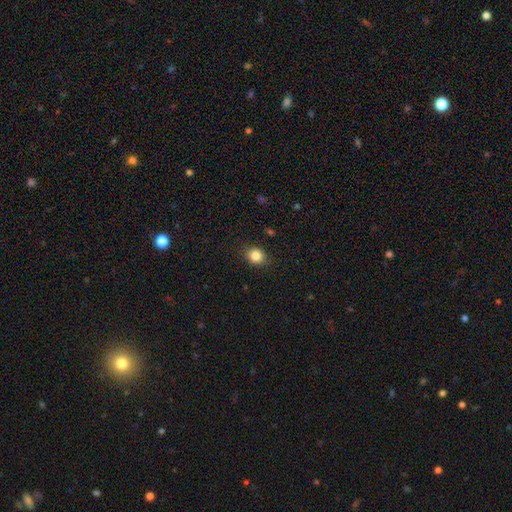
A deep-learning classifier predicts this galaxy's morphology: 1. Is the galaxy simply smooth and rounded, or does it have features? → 84% smooth, 10% star or artifact, 6% featured or disk.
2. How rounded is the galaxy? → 65% round, 34% in between, 1% cigar-shaped.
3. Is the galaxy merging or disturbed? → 87% none, 10% minor disturbance, 2% major disturbance, 1% merger.